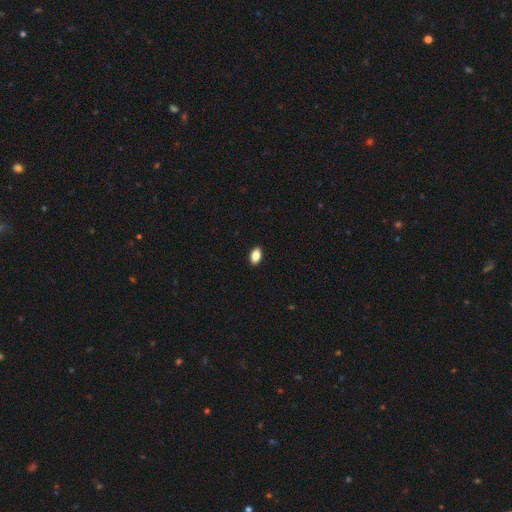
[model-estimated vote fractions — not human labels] Smooth or featured?
  - smooth: 88% *
  - star or artifact: 8%
  - featured or disk: 4%
How rounded?
  - in between: 91% *
  - round: 7%
  - cigar-shaped: 2%
Merging?
  - none: 91% *
  - minor disturbance: 7%
  - major disturbance: 2%
  - merger: 1%